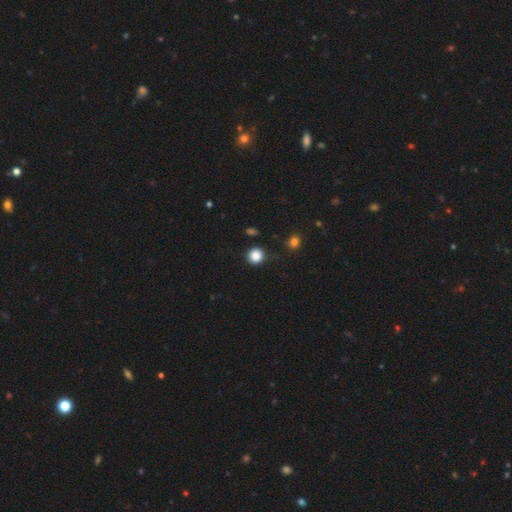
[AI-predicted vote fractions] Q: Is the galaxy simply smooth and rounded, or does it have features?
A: smooth — 86%.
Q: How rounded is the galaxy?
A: round — 92%.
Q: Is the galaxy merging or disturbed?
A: none — 86%.